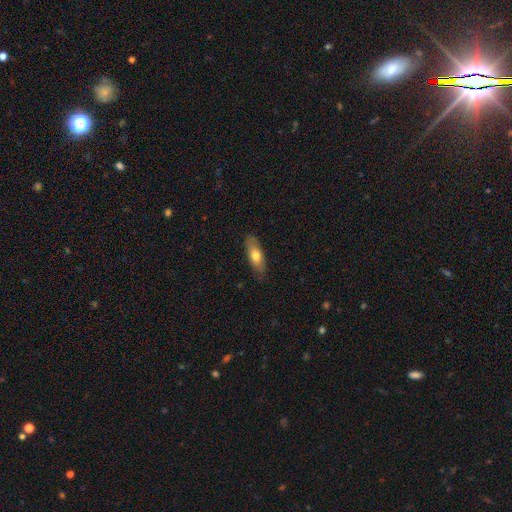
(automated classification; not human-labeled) smooth-or-featured: smooth: 68% | featured or disk: 26% | star or artifact: 6%
  how-rounded: in between: 68% | cigar-shaped: 29% | round: 3%
  merging: none: 81% | minor disturbance: 15% | major disturbance: 3% | merger: 1%